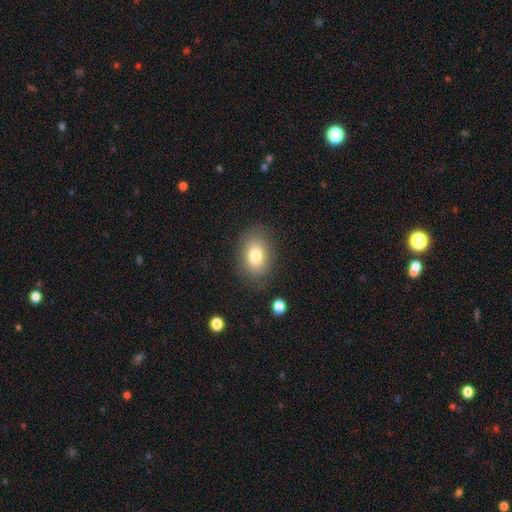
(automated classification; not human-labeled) A smooth galaxy with no disk features (79%) that is in between round and cigar-shaped (74%). Merging: none (81%).